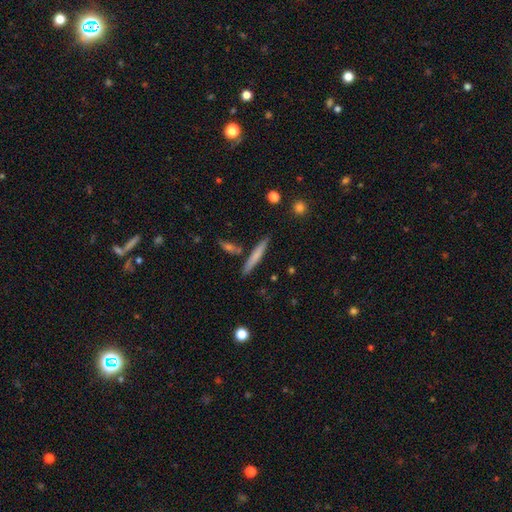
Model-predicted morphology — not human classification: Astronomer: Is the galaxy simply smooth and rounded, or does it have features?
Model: smooth — 64%.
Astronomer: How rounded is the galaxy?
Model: cigar-shaped — 94%.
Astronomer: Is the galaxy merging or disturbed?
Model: none — 82%.